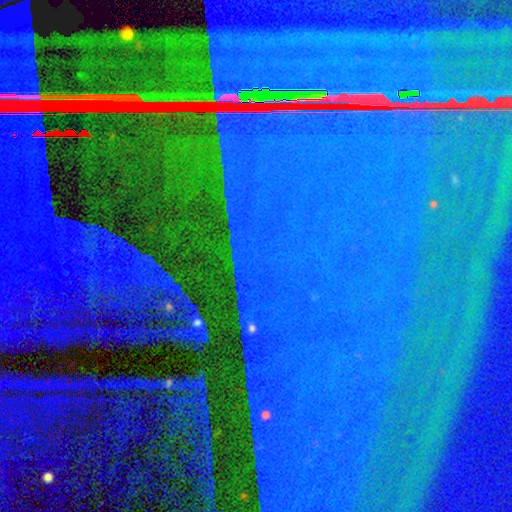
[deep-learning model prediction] Morphology: type=star or artifact (89%).